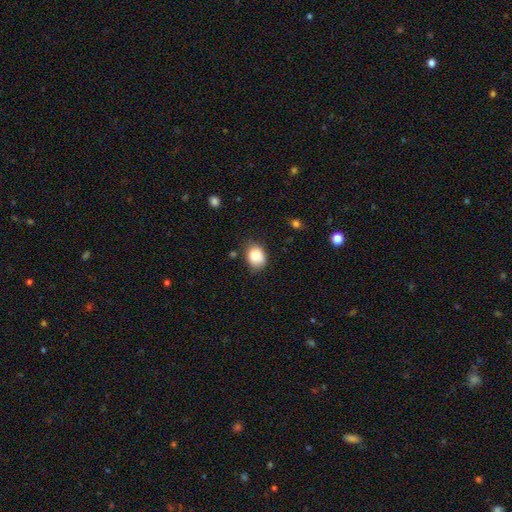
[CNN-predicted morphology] Smooth or featured? Predicted: smooth (p=0.86). How rounded? Predicted: in between (p=0.58). Merging? Predicted: none (p=0.66).